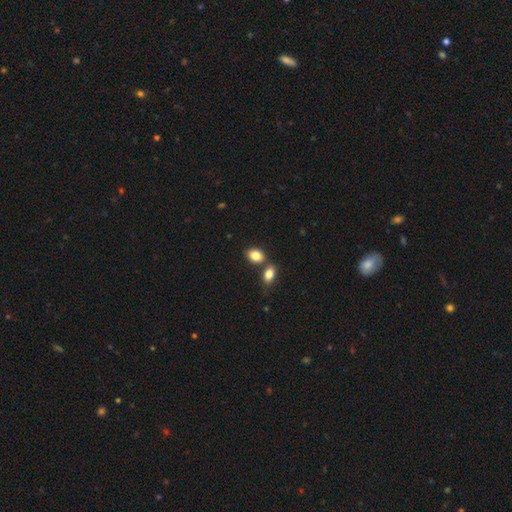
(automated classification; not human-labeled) Smooth or featured? smooth (84%)
How rounded? in between (82%)
Merging? none (54%)